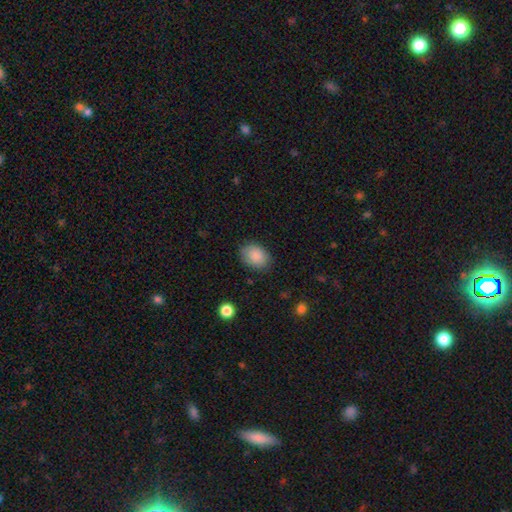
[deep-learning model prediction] A smooth galaxy with no disk features (89%) that is in between round and cigar-shaped (72%).

Vote fractions:
- Smooth or featured? smooth: 89% / star or artifact: 7% / featured or disk: 4%
- How rounded? in between: 72% / round: 27% / cigar-shaped: 1%
- Merging? none: 83% / minor disturbance: 13% / major disturbance: 3% / merger: 1%